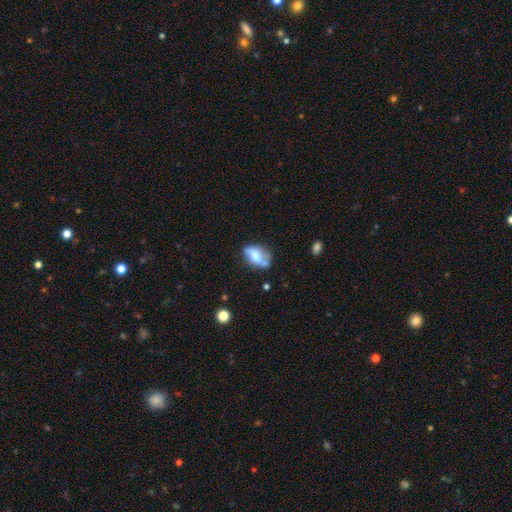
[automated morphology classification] This appears to be a smooth galaxy with no disk features (56%) that is in between round and cigar-shaped (83%). Merging: none (41%).